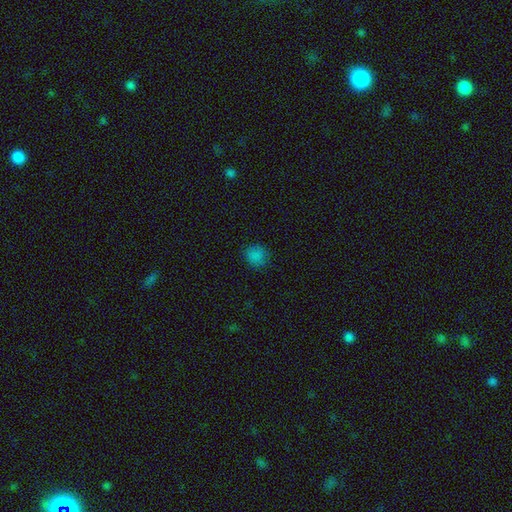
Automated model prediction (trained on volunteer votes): Smooth or featured? Predicted: smooth (p=0.82). How rounded? Predicted: round (p=0.86). Merging? Predicted: none (p=0.87).